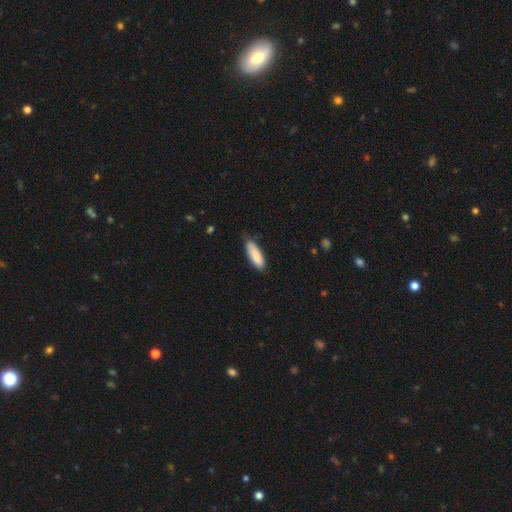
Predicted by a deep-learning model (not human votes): Morphology: type=smooth (87%); roundness=in between (57%); merging=none (75%).